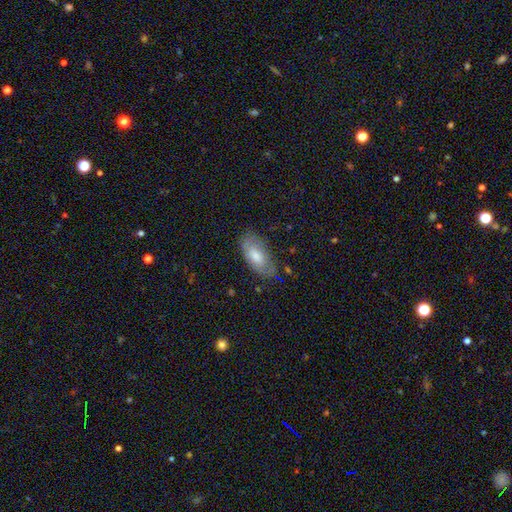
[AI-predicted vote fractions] Smooth or featured? Predicted: smooth (p=0.56). How rounded? Predicted: in between (p=0.89). Merging? Predicted: none (p=0.72).